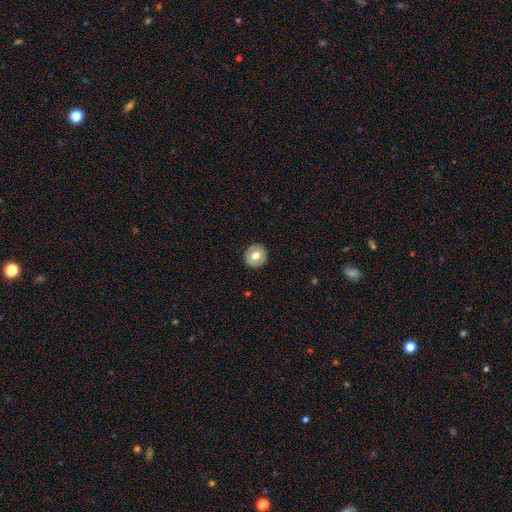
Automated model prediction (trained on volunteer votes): smooth-or-featured: smooth: 65% | featured or disk: 28% | star or artifact: 8%
  how-rounded: round: 93% | in between: 6% | cigar-shaped: 1%
  merging: none: 91% | minor disturbance: 6% | major disturbance: 2% | merger: 1%